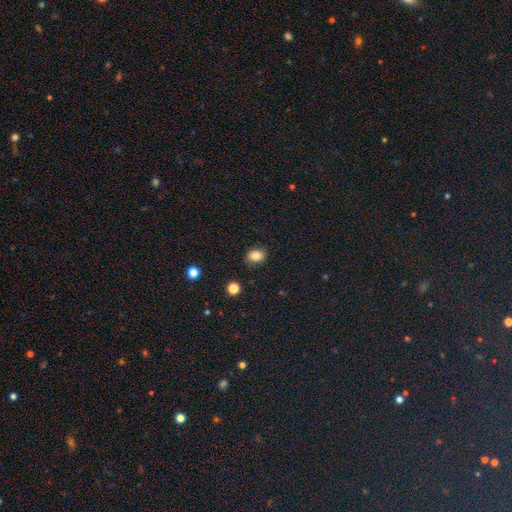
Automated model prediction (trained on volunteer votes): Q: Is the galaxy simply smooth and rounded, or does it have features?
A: smooth — 83%.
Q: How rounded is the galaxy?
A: in between — 59%.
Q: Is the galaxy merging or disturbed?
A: none — 84%.